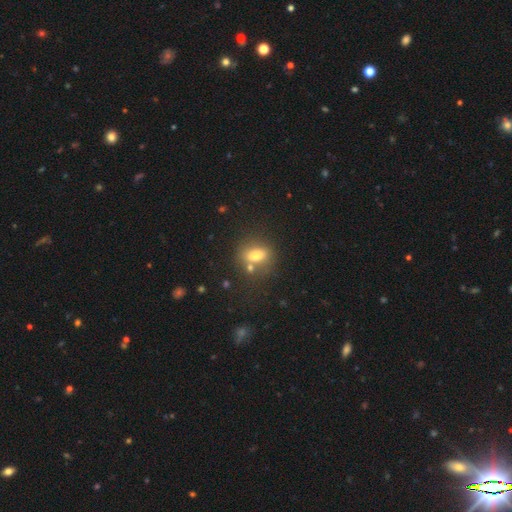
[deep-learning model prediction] Smooth or featured? Predicted: smooth (p=0.73). How rounded? Predicted: in between (p=0.71). Merging? Predicted: none (p=0.63).